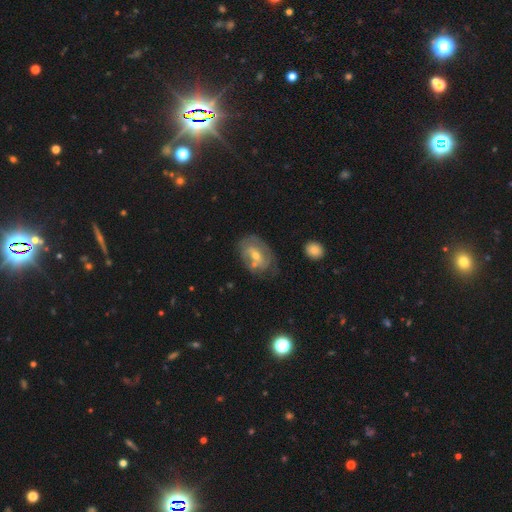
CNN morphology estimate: Smooth or featured? Predicted: featured or disk (p=0.63). Edge-on disk? Predicted: no (p=0.94). Bar? Predicted: weak (p=0.42, tied with no). Spiral arms? Predicted: yes (p=0.58). Bulge size? Predicted: moderate (p=0.52). Merging? Predicted: none (p=0.56).